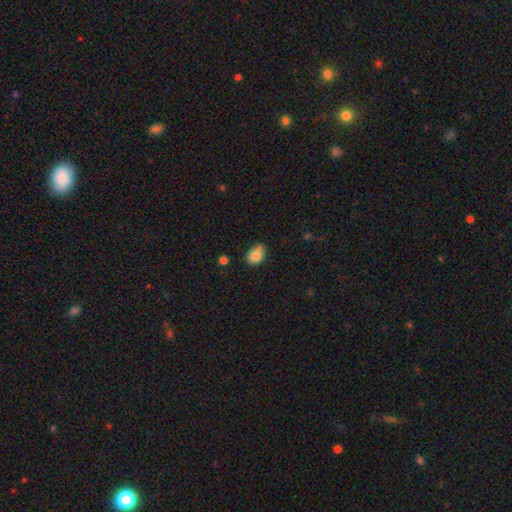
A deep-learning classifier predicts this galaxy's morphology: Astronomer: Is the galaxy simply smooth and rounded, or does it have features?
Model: smooth — 81%.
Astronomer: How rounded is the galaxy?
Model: in between — 76%.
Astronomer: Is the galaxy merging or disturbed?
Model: none — 54% (runner-up: minor disturbance, 37%).